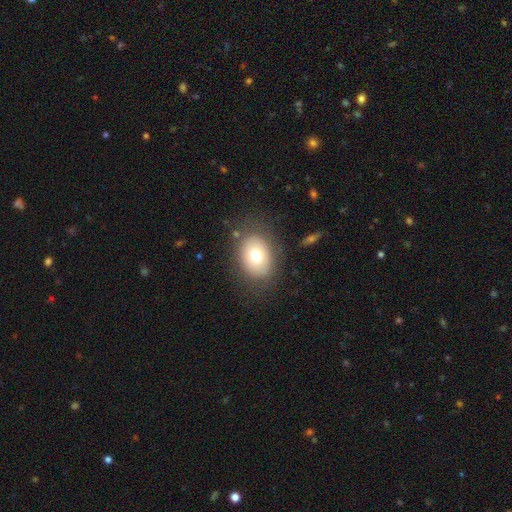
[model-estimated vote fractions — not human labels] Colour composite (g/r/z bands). It shows a smooth galaxy with no disk features (71%) that is in between round and cigar-shaped (65%). Merging: none (79%).